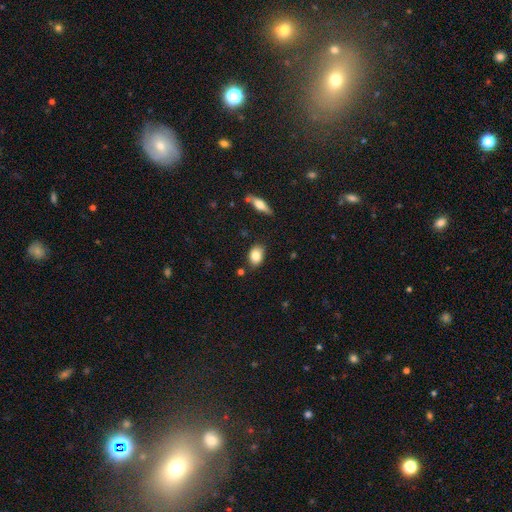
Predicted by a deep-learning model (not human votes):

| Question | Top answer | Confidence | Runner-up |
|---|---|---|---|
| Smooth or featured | smooth | 83% | featured or disk (9%) |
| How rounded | in between | 83% | round (15%) |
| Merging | none | 82% | minor disturbance (12%) |